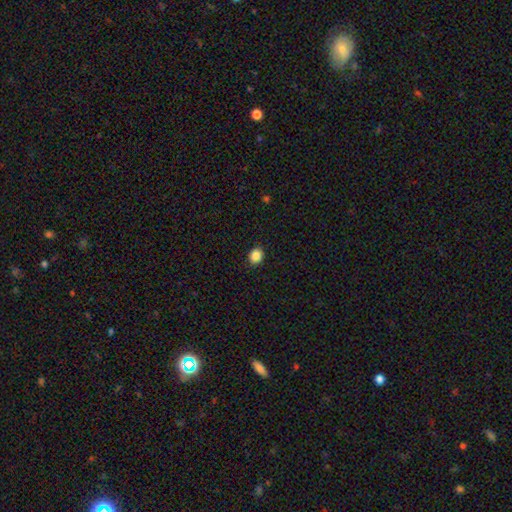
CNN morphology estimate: The model was most divided on "how rounded": round: 62%, in between: 37%, cigar-shaped: 1%. More confident: merging — none (91%); smooth or featured — smooth (86%).